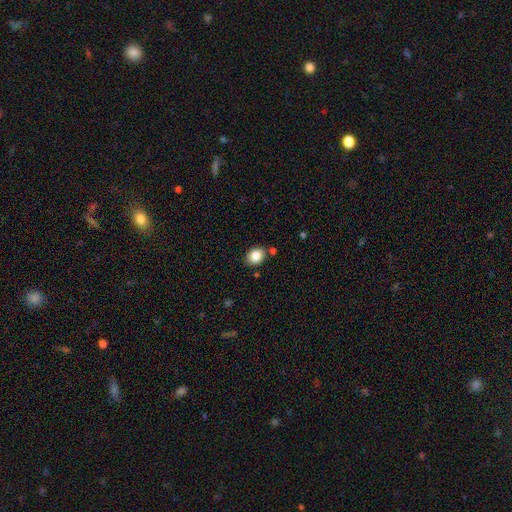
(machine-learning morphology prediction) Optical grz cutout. It shows a smooth galaxy with no disk features (85%) that is in between round and cigar-shaped (52%). Merging: none (81%).